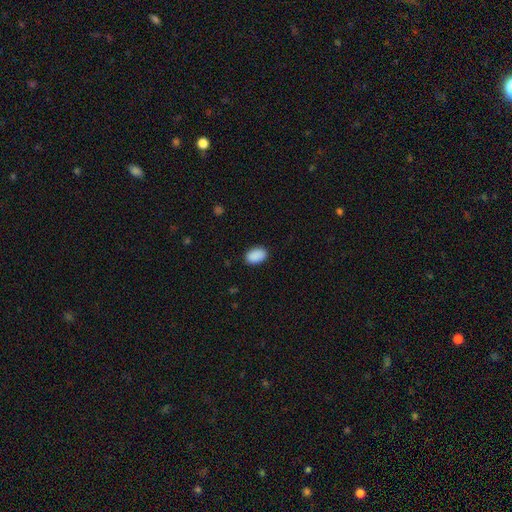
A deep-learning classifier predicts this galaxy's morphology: A smooth galaxy with no disk features (91%) that is in between round and cigar-shaped (89%).

Vote fractions:
- Smooth or featured? smooth: 91% / star or artifact: 7% / featured or disk: 2%
- How rounded? in between: 89% / round: 10% / cigar-shaped: 1%
- Merging? none: 88% / minor disturbance: 9% / major disturbance: 2% / merger: 1%